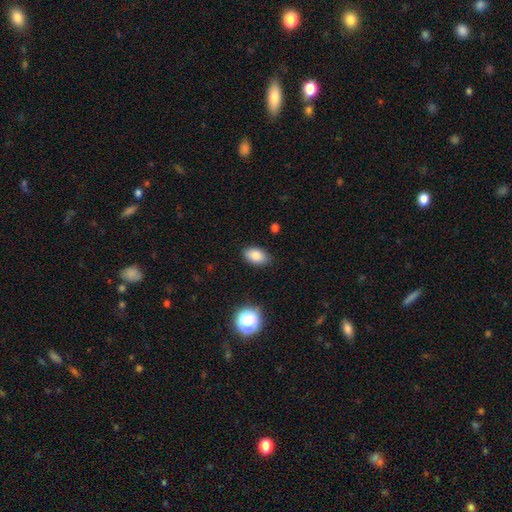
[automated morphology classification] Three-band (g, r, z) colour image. It shows a smooth galaxy with no disk features (82%) that is in between round and cigar-shaped (90%). Merging: none (85%).